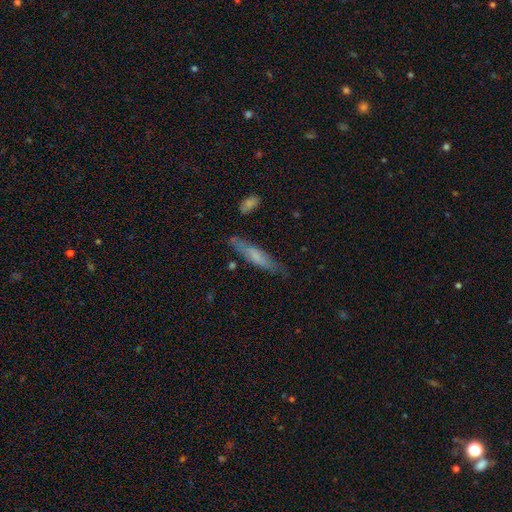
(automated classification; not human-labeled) Overall: smooth (58%; featured or disk 35%). How rounded: cigar-shaped (79%). Merging: none (69%).